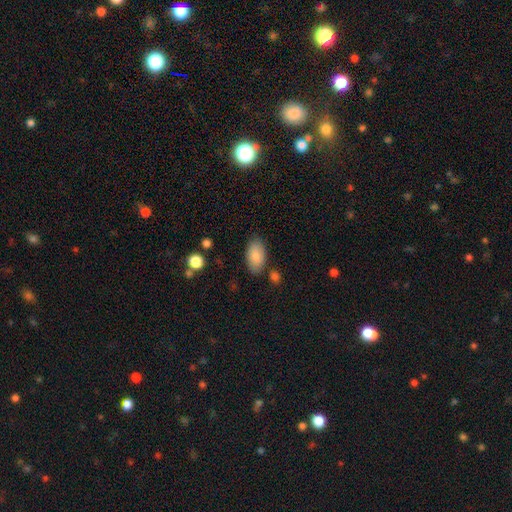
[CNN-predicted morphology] smooth 86%, featured or disk 7%, star or artifact 6%. Down the decision tree: how rounded — in between (94%); merging — none (80%).